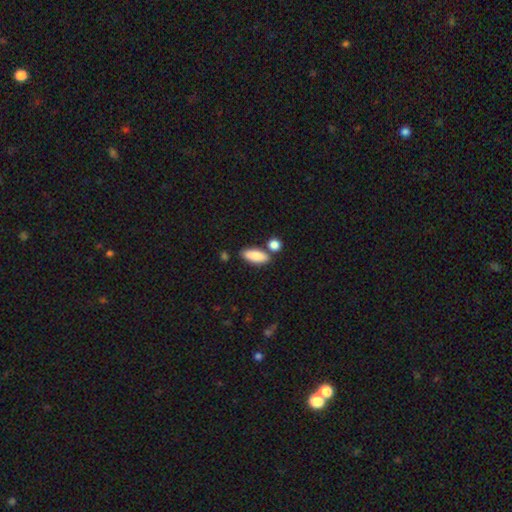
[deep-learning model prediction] Smooth or featured? smooth (87%)
How rounded? in between (74%)
Merging? none (73%)